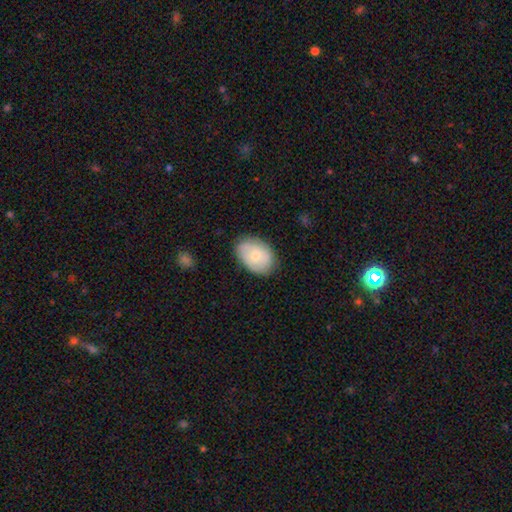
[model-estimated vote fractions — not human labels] smooth 66%, featured or disk 28%, star or artifact 6%. Down the decision tree: how rounded — in between (81%); merging — none (77%).